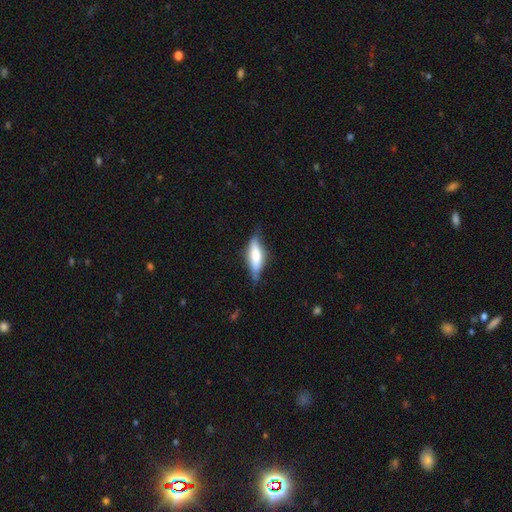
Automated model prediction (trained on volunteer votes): Overall: smooth (54%; featured or disk 40%). How rounded: cigar-shaped (50%; in between 48%). Merging: none (67%).